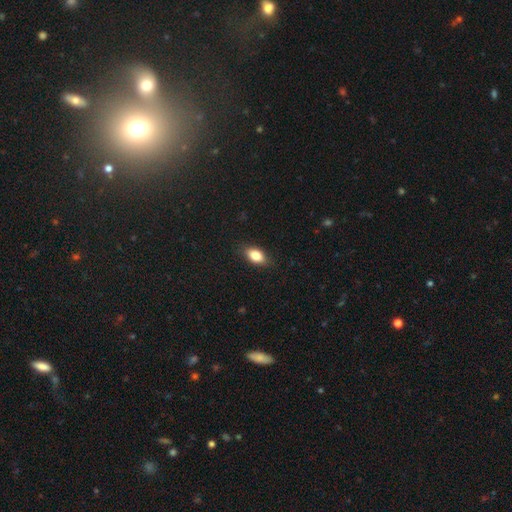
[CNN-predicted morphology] Smooth or featured? smooth (83%)
How rounded? in between (87%)
Merging? none (85%)